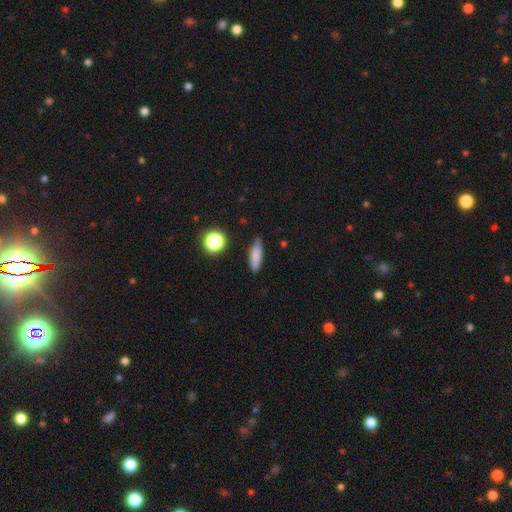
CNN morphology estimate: Q: Smooth or featured?
A: smooth (79%); runner-up: featured or disk (12%)
Q: How rounded?
A: cigar-shaped (60%); runner-up: in between (36%)
Q: Merging?
A: none (81%); runner-up: minor disturbance (14%)